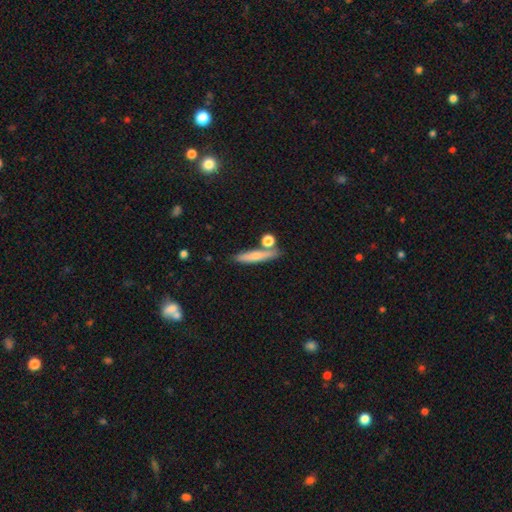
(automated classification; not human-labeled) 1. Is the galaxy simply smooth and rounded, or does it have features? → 66% smooth, 26% featured or disk, 8% star or artifact.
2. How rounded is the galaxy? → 78% cigar-shaped, 16% in between, 5% round.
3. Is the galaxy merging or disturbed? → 70% none, 14% merger, 13% minor disturbance, 4% major disturbance.